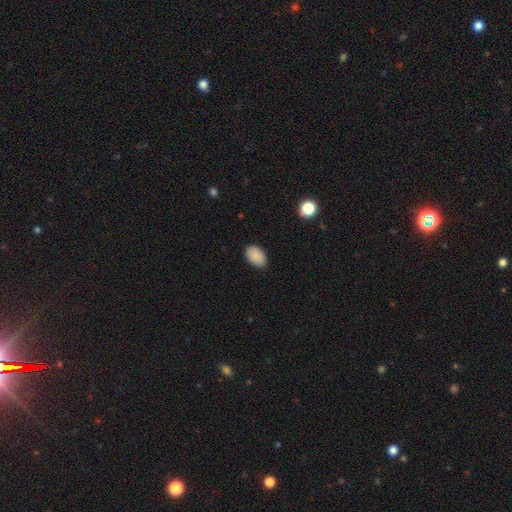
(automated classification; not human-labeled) Smooth or featured? Predicted: smooth (p=0.89). How rounded? Predicted: in between (p=0.90). Merging? Predicted: none (p=0.88).